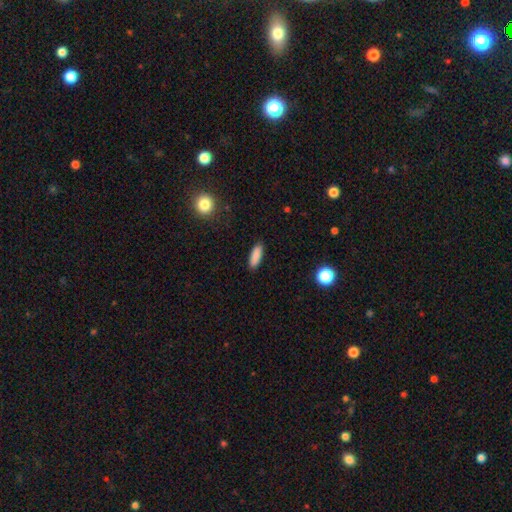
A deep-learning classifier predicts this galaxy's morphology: Q: Smooth or featured?
A: smooth (88%); runner-up: star or artifact (7%)
Q: How rounded?
A: in between (59%); runner-up: cigar-shaped (39%)
Q: Merging?
A: none (89%); runner-up: minor disturbance (8%)